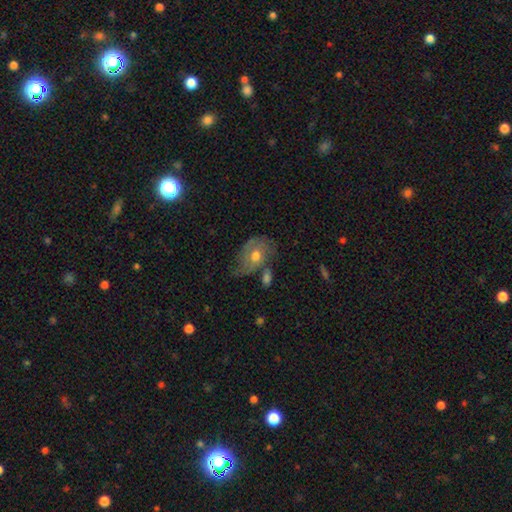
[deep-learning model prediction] Q: Smooth or featured?
A: featured or disk (51%); runner-up: smooth (41%)
Q: Edge-on disk?
A: no (94%); runner-up: yes (6%)
Q: Merging?
A: none (40%); runner-up: minor disturbance (29%)